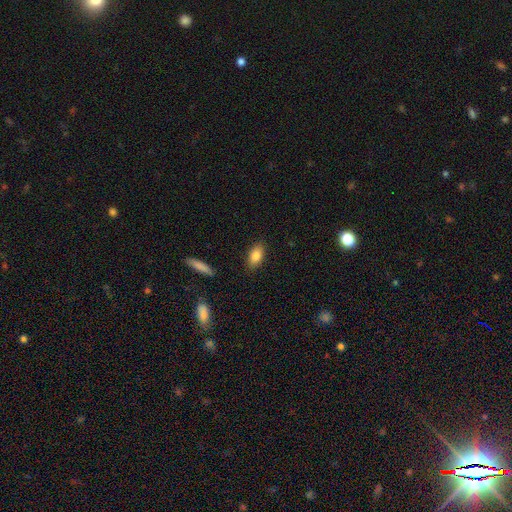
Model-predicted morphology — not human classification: Overall: smooth (84%). How rounded: in between (89%). Merging: none (87%).